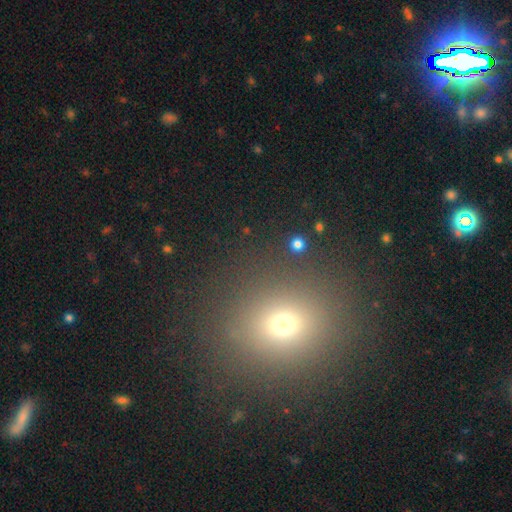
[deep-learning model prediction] The model was most divided on "smooth or featured": smooth: 60%, star or artifact: 31%, featured or disk: 9%. More confident: merging — none (88%); how rounded — round (77%).